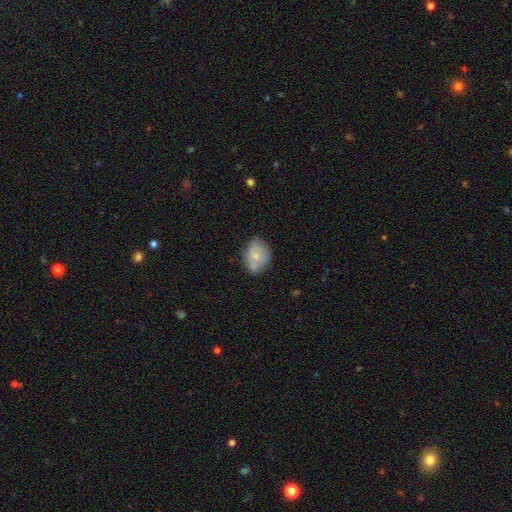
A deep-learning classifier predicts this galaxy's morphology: Smooth or featured: smooth — 69% (featured or disk — 24%)
How rounded: in between — 60% (round — 39%)
Merging: none — 62% (minor disturbance — 27%)